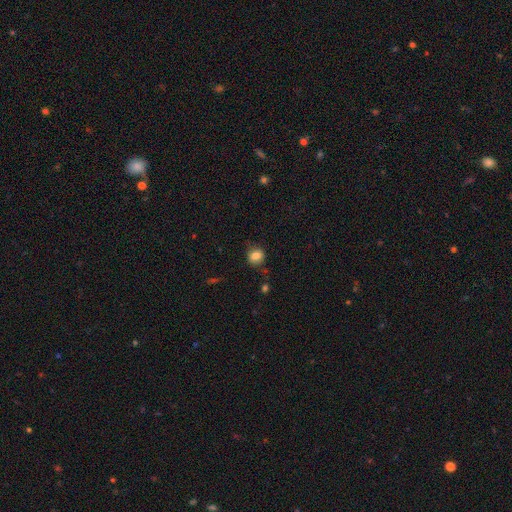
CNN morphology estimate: Q: Smooth or featured?
A: smooth (82%); runner-up: star or artifact (10%)
Q: How rounded?
A: round (64%); runner-up: in between (35%)
Q: Merging?
A: none (76%); runner-up: minor disturbance (17%)